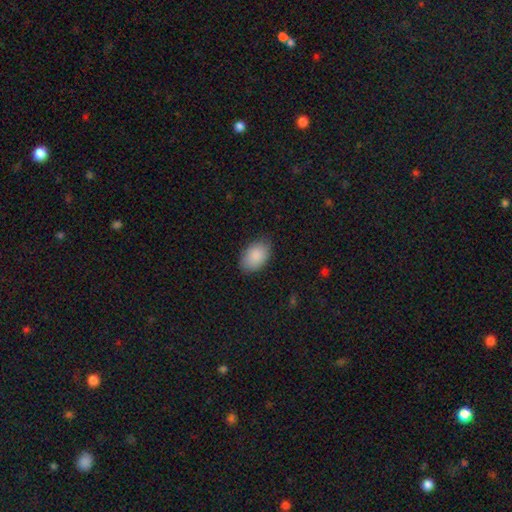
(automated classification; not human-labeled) smooth-or-featured: smooth: 90% | star or artifact: 6% | featured or disk: 4%
  how-rounded: in between: 89% | round: 10% | cigar-shaped: 1%
  merging: none: 83% | minor disturbance: 13% | major disturbance: 3% | merger: 1%